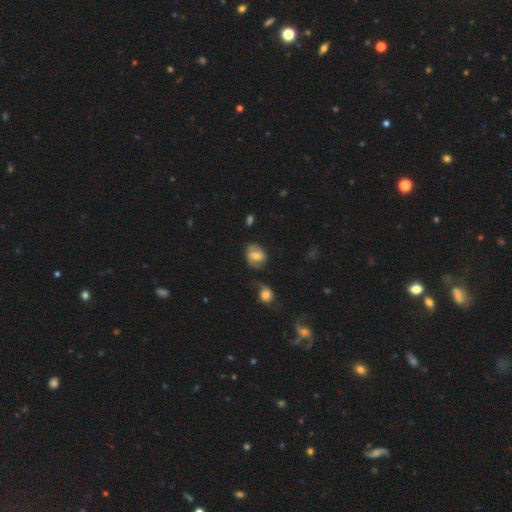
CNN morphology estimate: smooth 54%, featured or disk 38%, star or artifact 8%. Down the decision tree: how rounded — in between (54%); merging — none (54%).